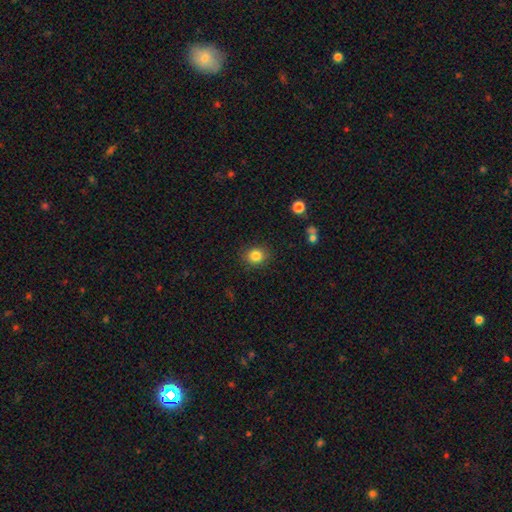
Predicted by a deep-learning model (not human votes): A smooth galaxy with no disk features (84%) that is round (77%). Merging: none (88%).